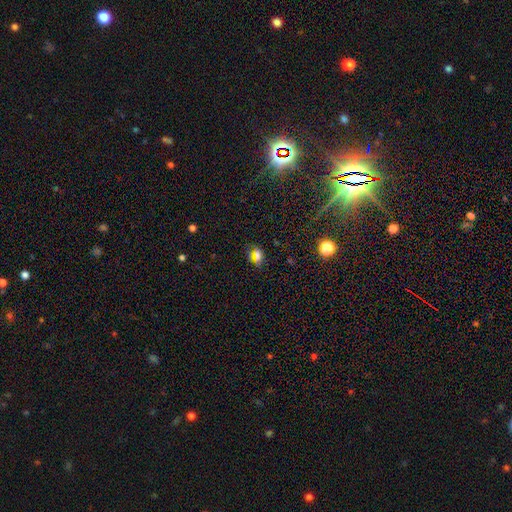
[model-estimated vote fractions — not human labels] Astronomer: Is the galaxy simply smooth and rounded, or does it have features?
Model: smooth — 57%.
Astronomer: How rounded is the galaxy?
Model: in between — 57% (runner-up: round, 38%).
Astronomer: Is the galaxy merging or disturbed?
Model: none — 74%.